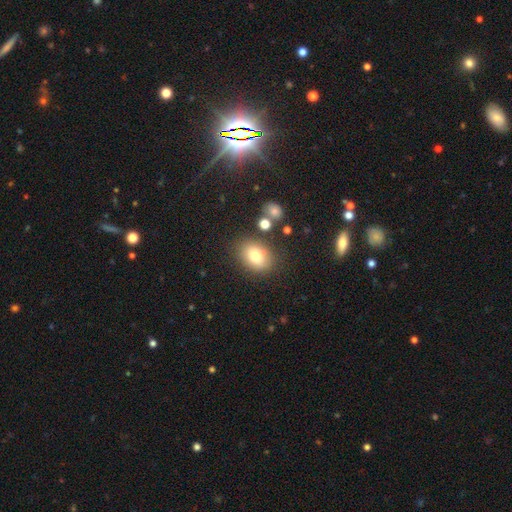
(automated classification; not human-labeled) Morphology: type=smooth (79%); roundness=in between (69%); merging=none (77%).